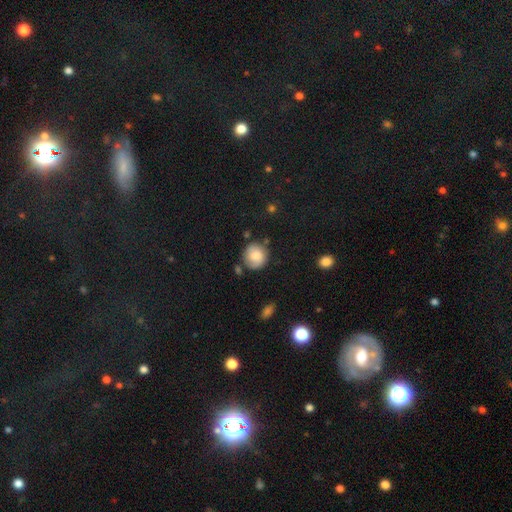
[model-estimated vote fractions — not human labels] A smooth galaxy with no disk features (74%) that is round (88%).

Vote fractions:
- Smooth or featured? smooth: 74% / featured or disk: 18% / star or artifact: 8%
- How rounded? round: 88% / in between: 12% / cigar-shaped: 1%
- Merging? none: 71% / minor disturbance: 19% / major disturbance: 5% / merger: 5%